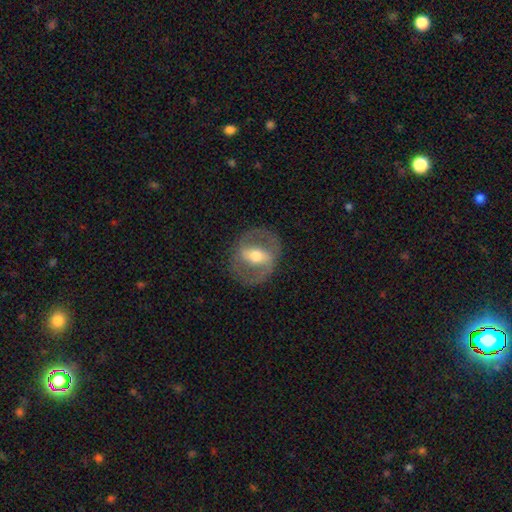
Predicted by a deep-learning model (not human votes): Smooth or featured: featured or disk — 77% (smooth — 18%)
Edge-on disk: no — 93% (yes — 7%)
Bar: strong — 55% (weak — 31%)
Spiral arms: yes — 64% (no — 36%)
Bulge size: moderate — 69% (small — 21%)
Merging: none — 81% (minor disturbance — 11%)